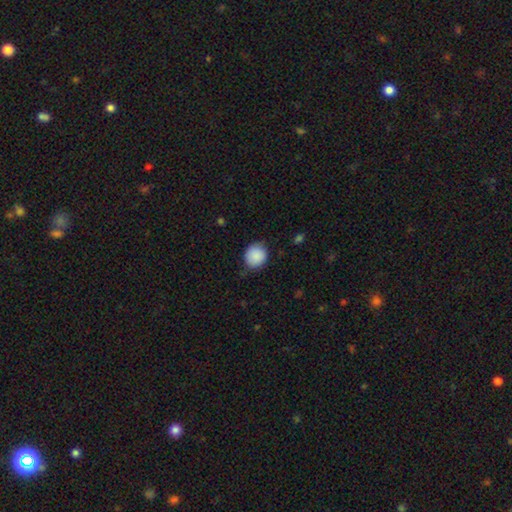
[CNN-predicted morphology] Smooth or featured? smooth (89%)
How rounded? round (84%)
Merging? none (80%)